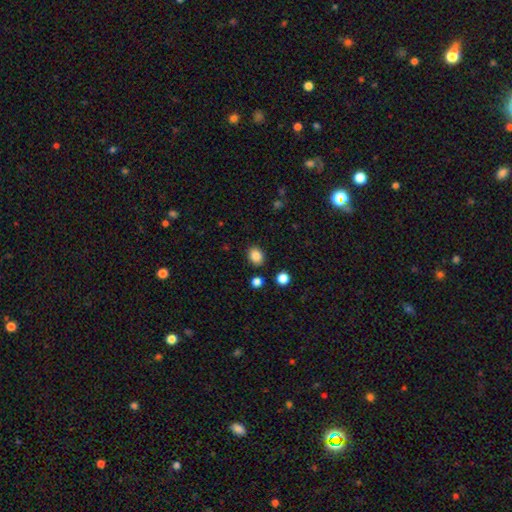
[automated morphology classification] A smooth galaxy with no disk features (86%) that is in between round and cigar-shaped (58%).

Vote fractions:
- Smooth or featured? smooth: 86% / star or artifact: 10% / featured or disk: 4%
- How rounded? in between: 58% / round: 41% / cigar-shaped: 1%
- Merging? none: 85% / minor disturbance: 9% / merger: 3% / major disturbance: 3%